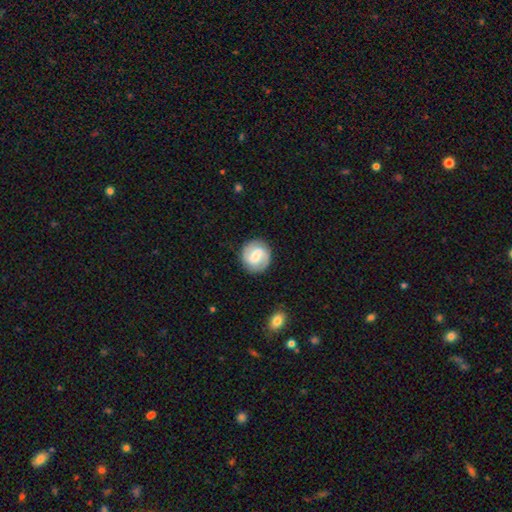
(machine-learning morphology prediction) Q: Smooth or featured?
A: featured or disk (66%); runner-up: smooth (28%)
Q: Edge-on disk?
A: no (98%); runner-up: yes (2%)
Q: Bar?
A: weak (53%); runner-up: strong (29%)
Q: Spiral arms?
A: yes (89%); runner-up: no (11%)
Q: Spiral winding?
A: medium (44%); runner-up: tight (30%)
Q: Spiral arm count?
A: 2 (87%); runner-up: can't tell (6%)
Q: Bulge size?
A: moderate (49%); runner-up: small (32%)
Q: Merging?
A: none (85%); runner-up: minor disturbance (10%)